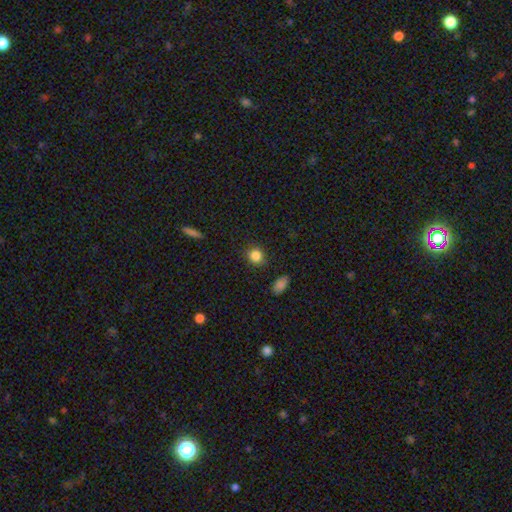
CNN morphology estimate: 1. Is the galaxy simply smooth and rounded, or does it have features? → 85% smooth, 11% star or artifact, 4% featured or disk.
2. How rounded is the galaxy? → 83% round, 16% in between, 1% cigar-shaped.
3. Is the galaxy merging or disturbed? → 89% none, 7% minor disturbance, 2% major disturbance, 2% merger.